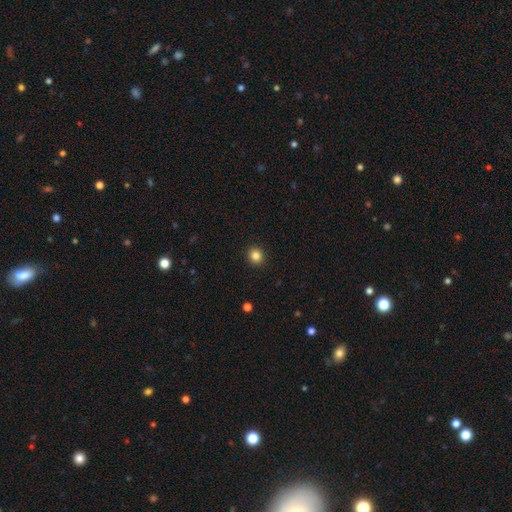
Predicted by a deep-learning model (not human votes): Smooth or featured?
  - smooth: 85% *
  - star or artifact: 11%
  - featured or disk: 4%
How rounded?
  - round: 88% *
  - in between: 11%
  - cigar-shaped: 1%
Merging?
  - none: 93% *
  - minor disturbance: 5%
  - major disturbance: 2%
  - merger: 1%